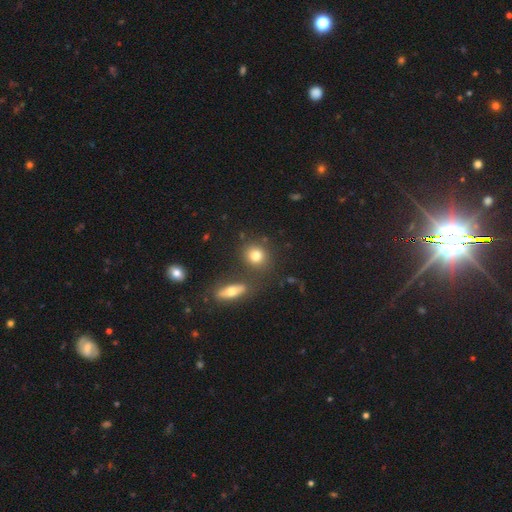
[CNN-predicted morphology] Overall: smooth (78%). How rounded: round (76%). Merging: none (74%).